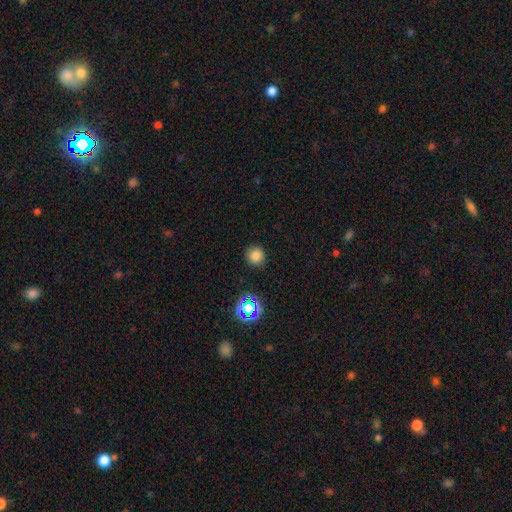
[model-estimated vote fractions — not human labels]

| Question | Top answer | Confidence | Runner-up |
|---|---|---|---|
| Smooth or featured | smooth | 78% | star or artifact (17%) |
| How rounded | round | 91% | in between (8%) |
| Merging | none | 88% | minor disturbance (8%) |